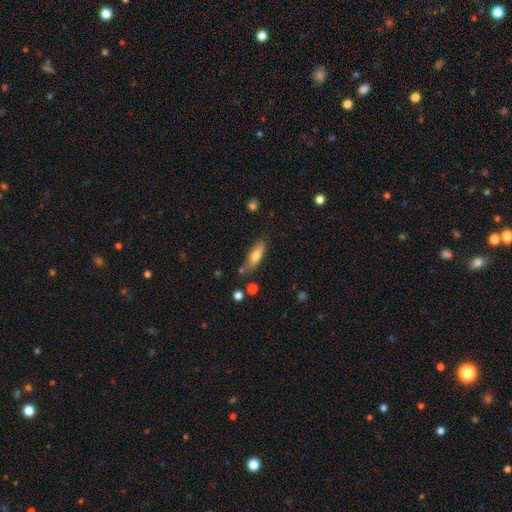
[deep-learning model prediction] Overall: smooth (71%). How rounded: in between (55%; cigar-shaped 43%). Merging: none (75%).